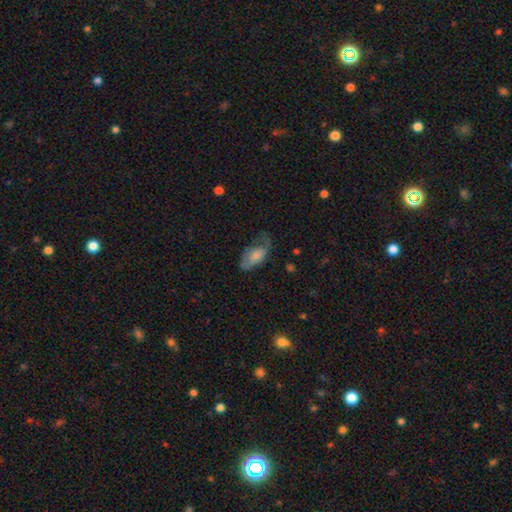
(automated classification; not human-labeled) Overall: smooth (57%; featured or disk 35%). How rounded: in between (91%). Merging: none (35%; major disturbance 31%).